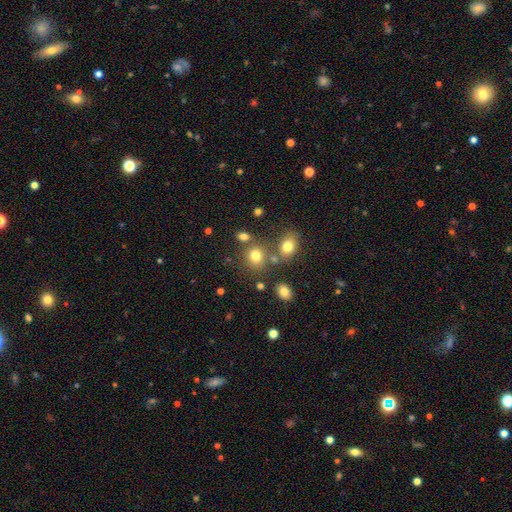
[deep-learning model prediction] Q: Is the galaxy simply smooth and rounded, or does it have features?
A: smooth — 75%.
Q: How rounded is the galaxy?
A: round — 69%.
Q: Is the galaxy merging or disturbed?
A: none — 64%.